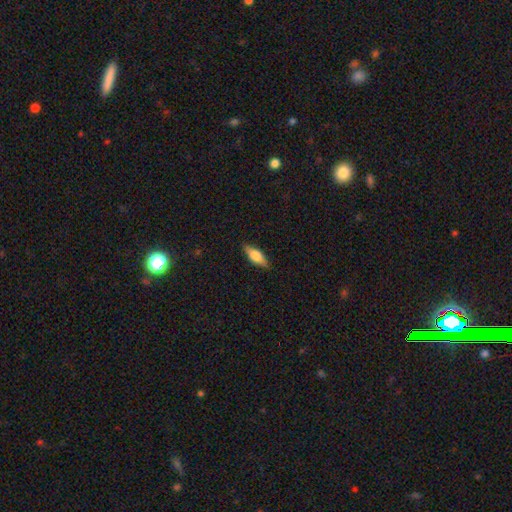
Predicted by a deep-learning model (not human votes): Smooth or featured: smooth — 67% (featured or disk — 27%)
How rounded: in between — 66% (cigar-shaped — 31%)
Merging: none — 87% (minor disturbance — 10%)